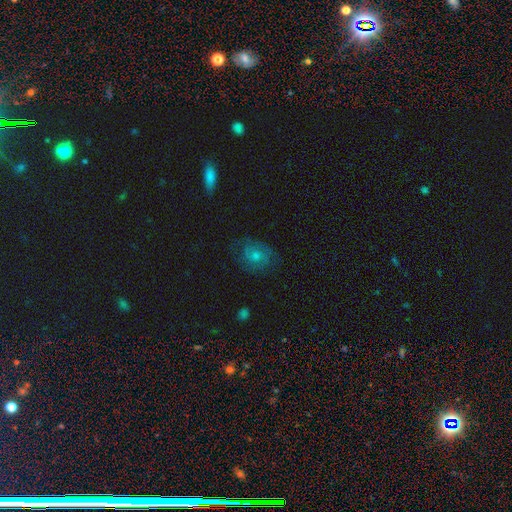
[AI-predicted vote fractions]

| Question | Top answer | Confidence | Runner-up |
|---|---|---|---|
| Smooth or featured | smooth | 43% | featured or disk (40%) |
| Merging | none | 71% | minor disturbance (19%) |